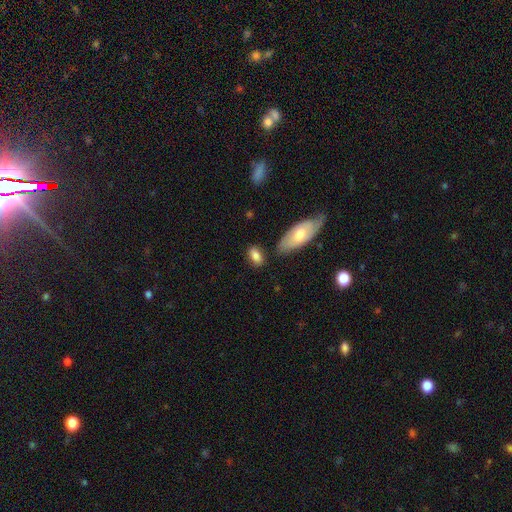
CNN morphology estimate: Smooth or featured? smooth (81%)
How rounded? in between (87%)
Merging? none (72%)